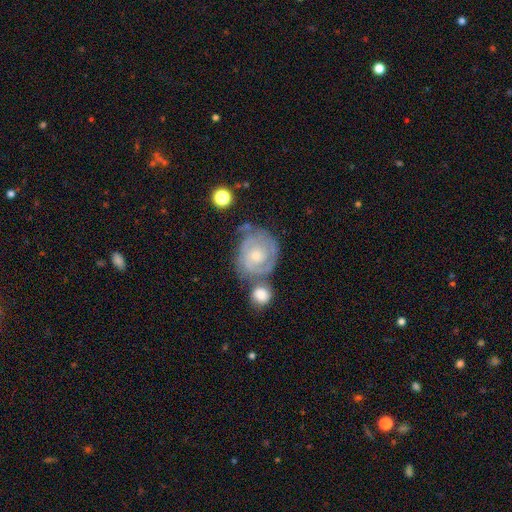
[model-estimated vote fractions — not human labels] Smooth or featured?
  - featured or disk: 77% *
  - smooth: 17%
  - star or artifact: 6%
Edge-on disk?
  - no: 98% *
  - yes: 2%
Bar?
  - no: 77% *
  - weak: 20%
  - strong: 3%
Spiral arms?
  - yes: 90% *
  - no: 10%
Spiral winding?
  - tight: 71% *
  - medium: 23%
  - loose: 6%
Spiral arm count?
  - 2: 44% *
  - can't tell: 30%
  - 3: 12%
  - 1: 6%
  - 4: 4%
  - more than 4: 3%
Bulge size?
  - small: 48% *
  - moderate: 43%
  - large: 4%
  - none: 3%
  - dominant: 1%
Merging?
  - none: 50% *
  - minor disturbance: 21%
  - merger: 20%
  - major disturbance: 10%